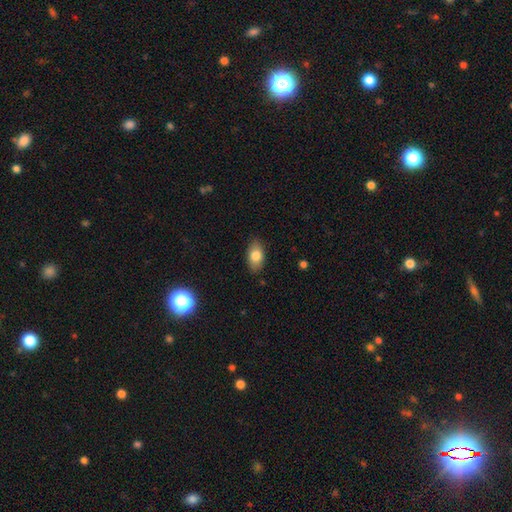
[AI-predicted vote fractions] Overall: smooth (80%). How rounded: in between (91%). Merging: none (85%).